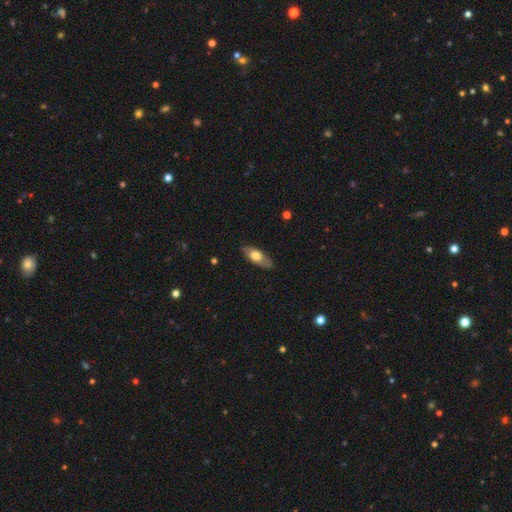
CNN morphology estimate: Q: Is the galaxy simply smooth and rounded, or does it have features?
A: smooth — 62%.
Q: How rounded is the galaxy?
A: in between — 79%.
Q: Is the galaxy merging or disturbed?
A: none — 83%.